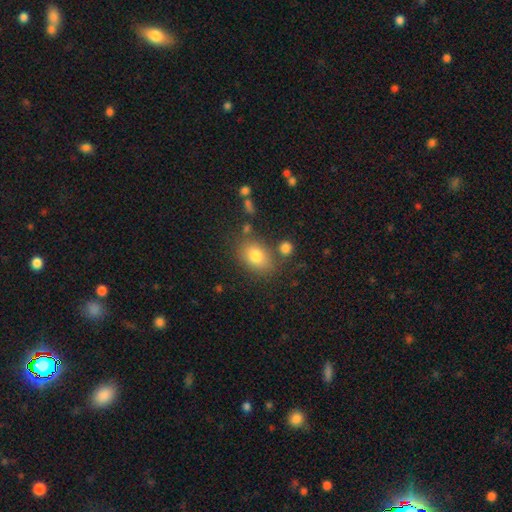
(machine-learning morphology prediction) A smooth galaxy with no disk features (79%) that is in between round and cigar-shaped (71%).

Vote fractions:
- Smooth or featured? smooth: 79% / featured or disk: 11% / star or artifact: 11%
- How rounded? in between: 71% / round: 28% / cigar-shaped: 1%
- Merging? none: 74% / minor disturbance: 13% / merger: 8% / major disturbance: 4%